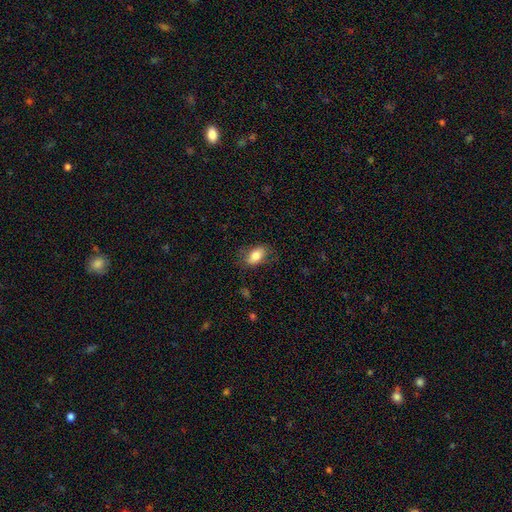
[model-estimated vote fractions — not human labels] Morphology: type=smooth (79%); roundness=in between (90%); merging=none (75%).